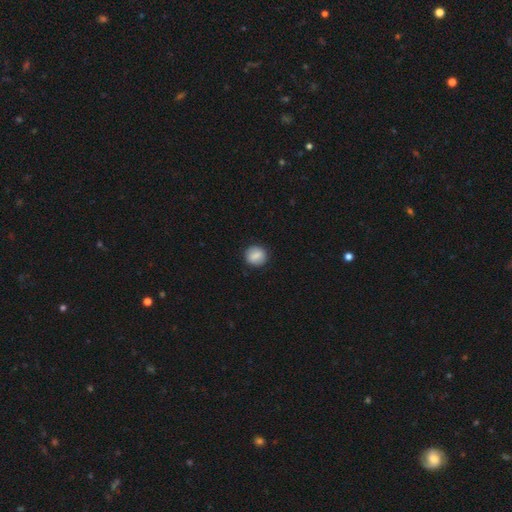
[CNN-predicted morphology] smooth_or_featured: smooth (p=0.81) [alt: featured or disk p=0.12]
how_rounded: round (p=0.83) [alt: in between p=0.16]
merging: none (p=0.89) [alt: minor disturbance p=0.08]